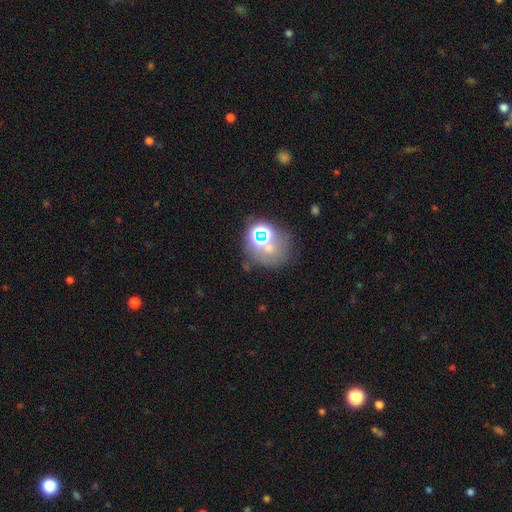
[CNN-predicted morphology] This appears to be a star or artifact, not a galaxy (48%).